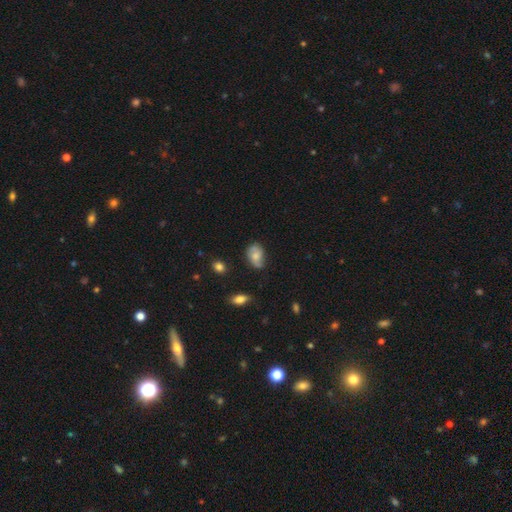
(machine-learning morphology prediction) Q: Smooth or featured?
A: smooth (61%); runner-up: featured or disk (30%)
Q: How rounded?
A: in between (83%); runner-up: round (15%)
Q: Merging?
A: none (51%); runner-up: minor disturbance (35%)